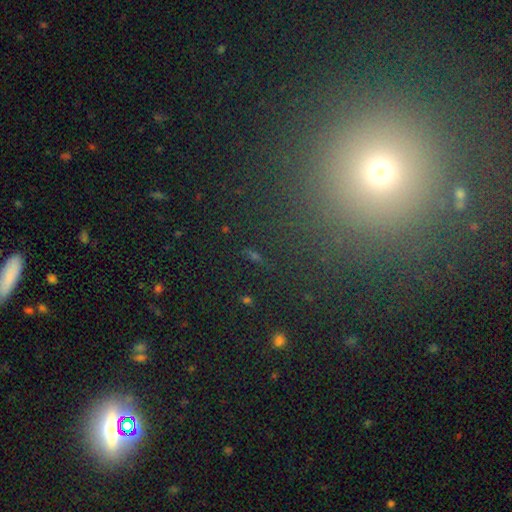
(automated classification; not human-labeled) A star or artifact, not a galaxy (55%).